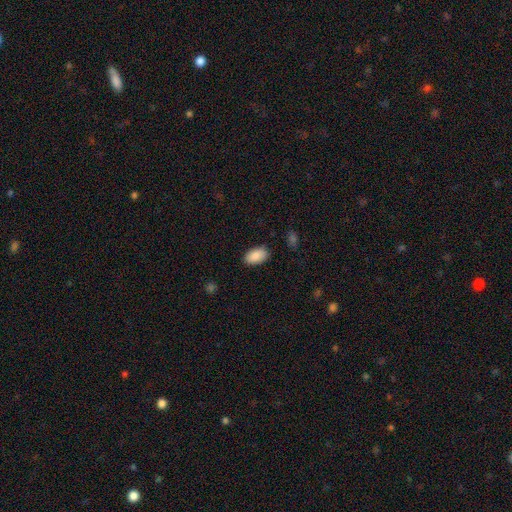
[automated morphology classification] Q: Smooth or featured?
A: smooth (90%); runner-up: star or artifact (6%)
Q: How rounded?
A: in between (94%); runner-up: round (5%)
Q: Merging?
A: none (87%); runner-up: minor disturbance (10%)